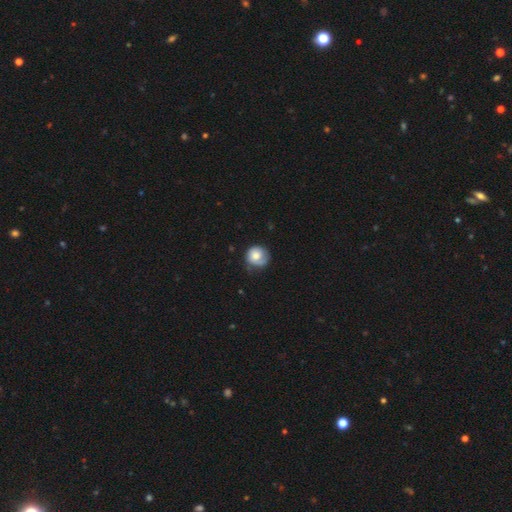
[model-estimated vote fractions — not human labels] This is likely a smooth galaxy (70%). How rounded: clearly round (89%). Merging: likely none (60%).